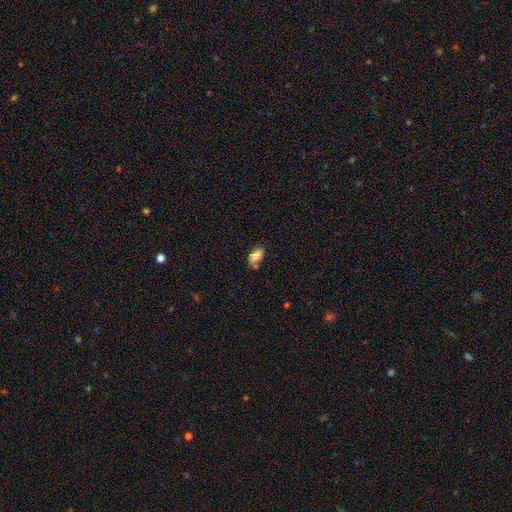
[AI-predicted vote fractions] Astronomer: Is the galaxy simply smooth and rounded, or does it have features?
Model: smooth — 79%.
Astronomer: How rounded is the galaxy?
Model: in between — 89%.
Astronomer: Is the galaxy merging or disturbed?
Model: none — 66%.